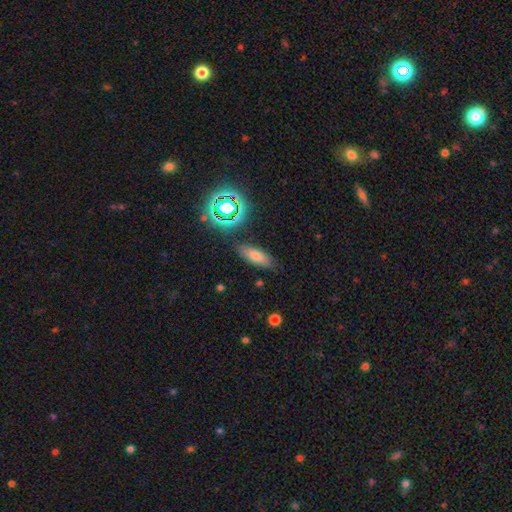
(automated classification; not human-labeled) A smooth galaxy with no disk features (68%) that is in between round and cigar-shaped (57%).

Vote fractions:
- Smooth or featured? smooth: 68% / star or artifact: 18% / featured or disk: 14%
- How rounded? in between: 57% / cigar-shaped: 37% / round: 5%
- Merging? none: 83% / minor disturbance: 11% / major disturbance: 3% / merger: 3%